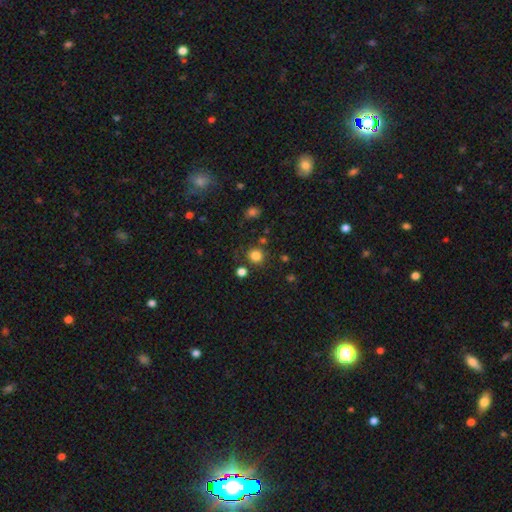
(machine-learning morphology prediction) Smooth or featured: smooth — 82% (star or artifact — 13%)
How rounded: round — 90% (in between — 9%)
Merging: none — 82% (minor disturbance — 9%)